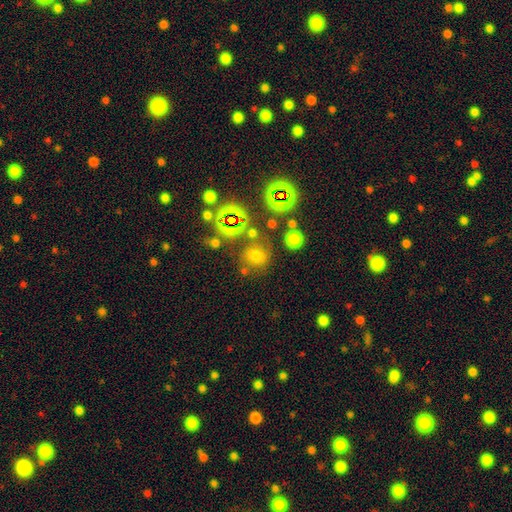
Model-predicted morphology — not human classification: Smooth or featured: smooth — 57% (star or artifact — 30%)
How rounded: round — 79% (in between — 20%)
Merging: none — 69% (minor disturbance — 14%)